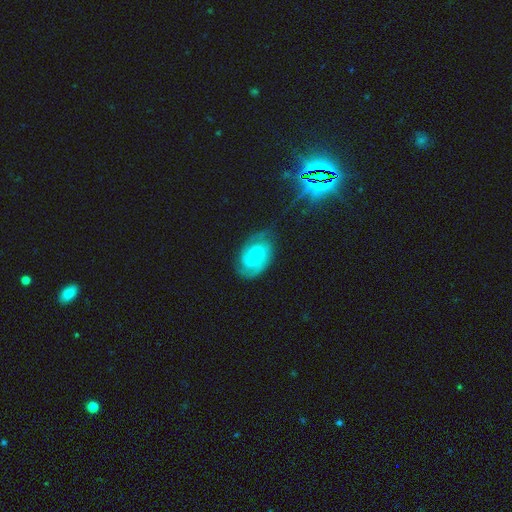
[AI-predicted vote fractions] featured or disk 79%, smooth 15%, star or artifact 6%. Down the decision tree: edge-on disk — no (97%); bar — no (61%); spiral arms — yes (95%); spiral arm count — 2 (62%); spiral winding — tight (51%); bulge size — small (62%); merging — none (65%).